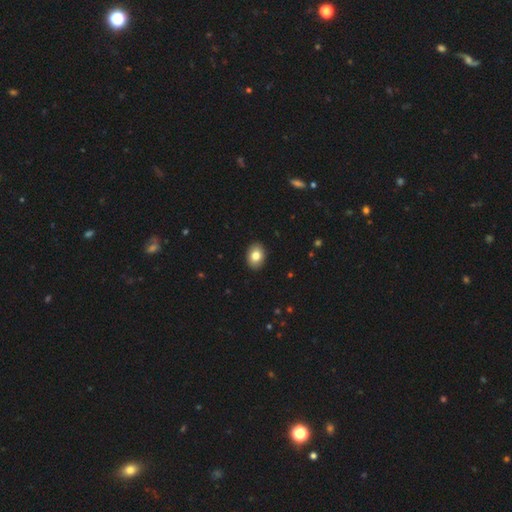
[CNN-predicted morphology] Smooth or featured? Predicted: smooth (p=0.83). How rounded? Predicted: in between (p=0.77). Merging? Predicted: none (p=0.91).